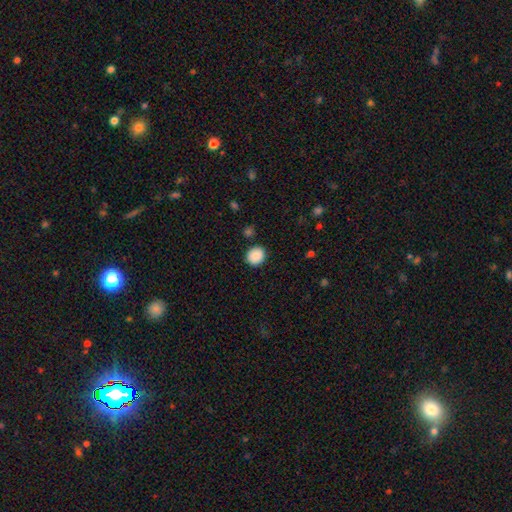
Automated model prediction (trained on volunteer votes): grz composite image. It shows a smooth galaxy with no disk features (89%) that is round (77%). Merging: none (88%).